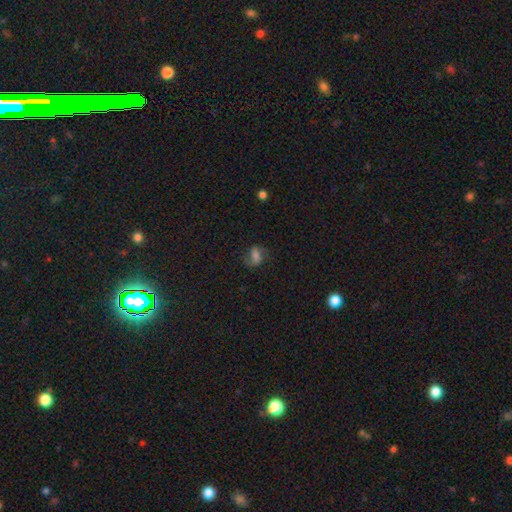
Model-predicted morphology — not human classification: type=smooth (49%); merging=none (67%).